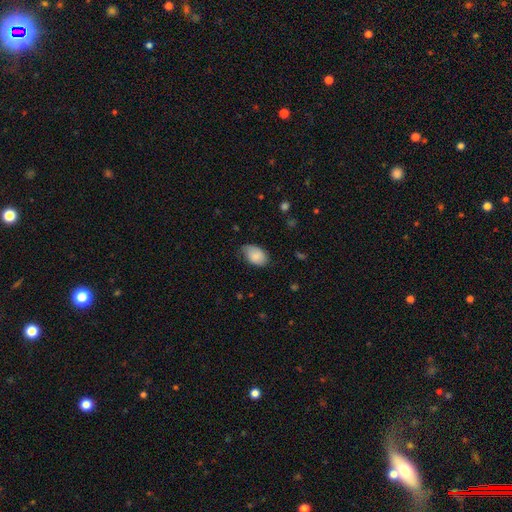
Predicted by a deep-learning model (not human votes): Overall: smooth (84%). How rounded: in between (89%). Merging: none (62%; minor disturbance 31%).